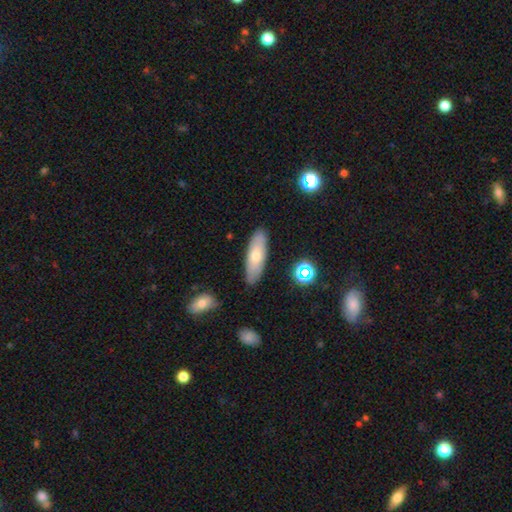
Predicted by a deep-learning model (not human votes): smooth 64%, featured or disk 28%, star or artifact 8%. Down the decision tree: how rounded — in between (55%); merging — none (85%).